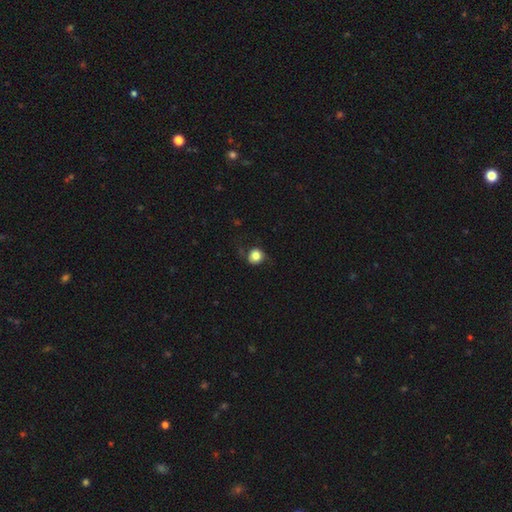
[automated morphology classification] This appears to be a smooth galaxy with no disk features (79%) that is round (85%). Merging: none (70%).